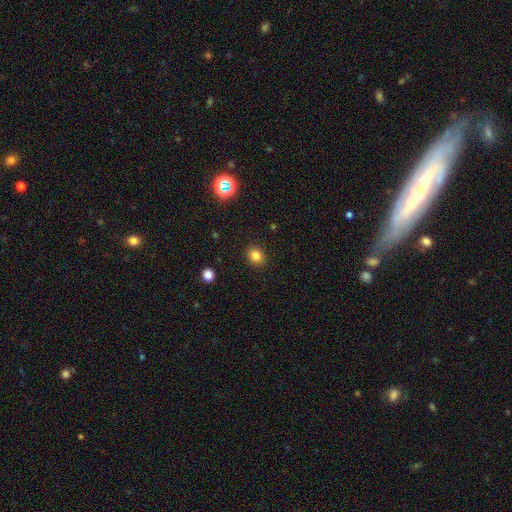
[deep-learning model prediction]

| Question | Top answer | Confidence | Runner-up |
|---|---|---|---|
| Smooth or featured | smooth | 82% | star or artifact (13%) |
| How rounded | round | 57% | in between (42%) |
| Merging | none | 89% | minor disturbance (7%) |